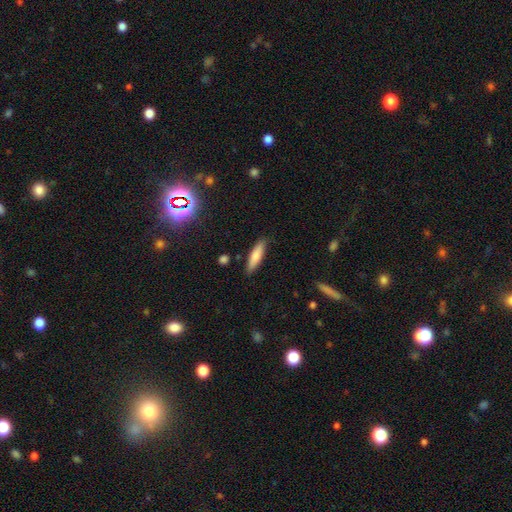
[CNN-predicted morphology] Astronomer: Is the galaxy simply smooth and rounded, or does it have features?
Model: smooth — 77%.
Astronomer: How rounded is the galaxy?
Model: cigar-shaped — 68%.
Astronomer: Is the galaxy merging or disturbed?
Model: none — 85%.